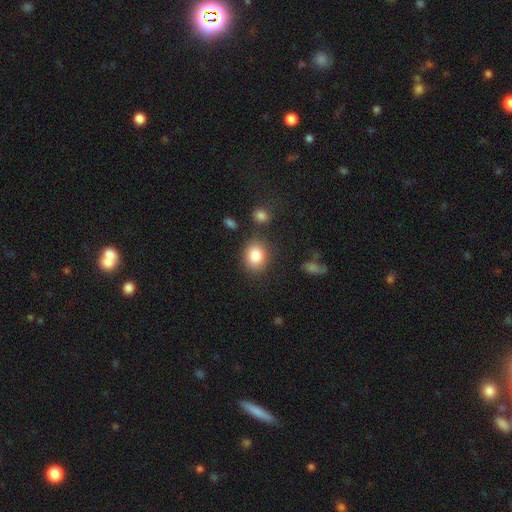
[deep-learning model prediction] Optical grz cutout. It shows a smooth galaxy with no disk features (85%) that is round (54%). Merging: none (79%).